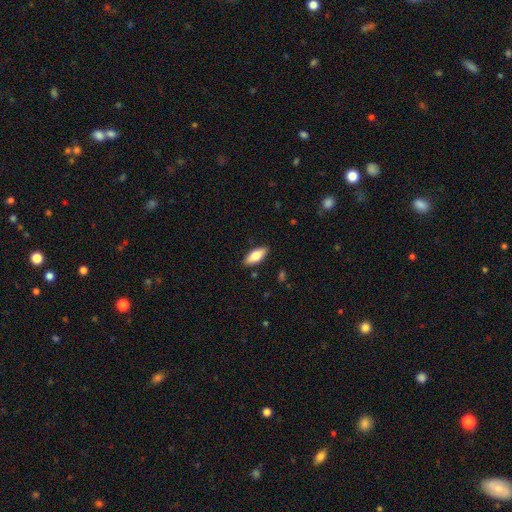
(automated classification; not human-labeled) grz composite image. It shows a smooth galaxy with no disk features (72%) that is in between round and cigar-shaped (78%). Merging: none (87%).